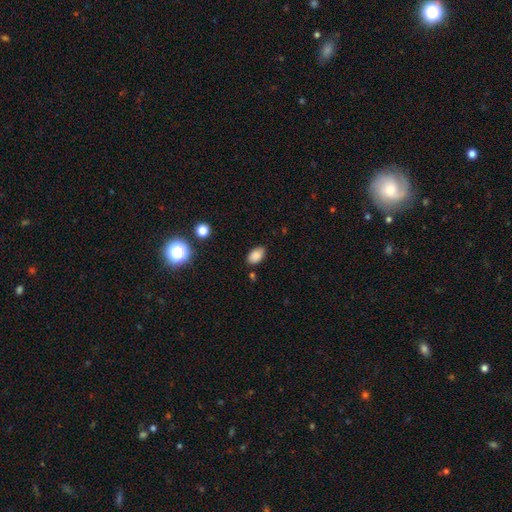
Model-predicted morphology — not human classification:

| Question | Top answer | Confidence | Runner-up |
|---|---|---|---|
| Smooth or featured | smooth | 85% | star or artifact (11%) |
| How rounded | in between | 90% | round (8%) |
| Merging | none | 82% | minor disturbance (13%) |